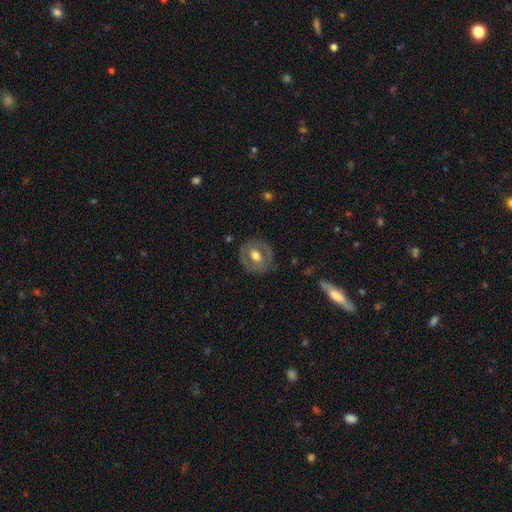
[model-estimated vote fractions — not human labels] This is possibly a featured or disk galaxy (51%). It is clearly not viewed edge-on (94%). Merging: likely none (79%).